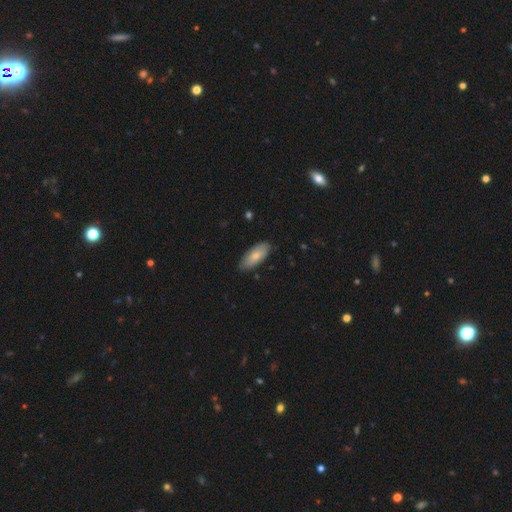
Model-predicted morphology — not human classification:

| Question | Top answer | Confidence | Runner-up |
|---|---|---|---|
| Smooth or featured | smooth | 76% | featured or disk (18%) |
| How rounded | in between | 83% | cigar-shaped (15%) |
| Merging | none | 84% | minor disturbance (13%) |